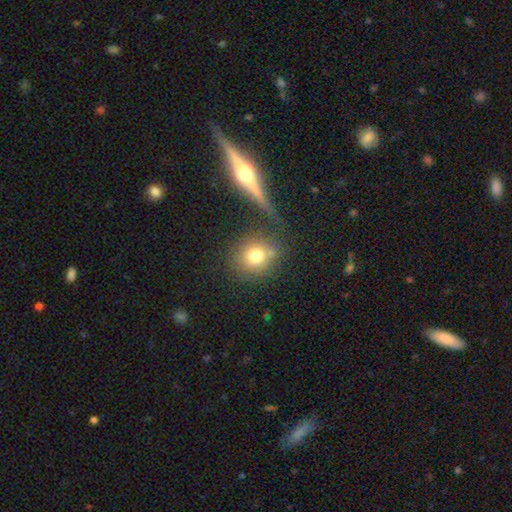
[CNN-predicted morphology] Q: Smooth or featured?
A: smooth (75%); runner-up: star or artifact (13%)
Q: How rounded?
A: round (86%); runner-up: in between (13%)
Q: Merging?
A: none (69%); runner-up: minor disturbance (12%)